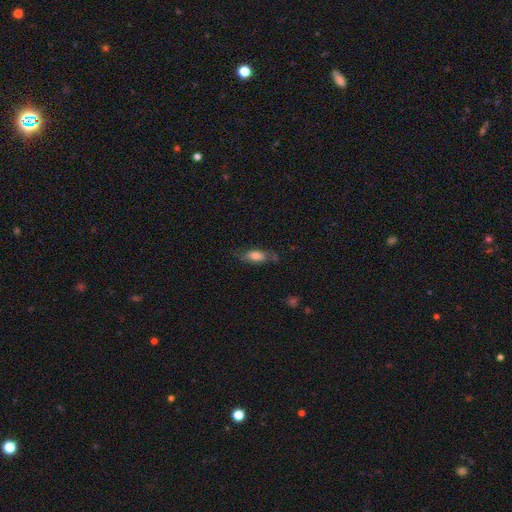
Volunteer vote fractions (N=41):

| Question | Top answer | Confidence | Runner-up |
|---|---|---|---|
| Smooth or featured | smooth | 83% | featured or disk (15%) |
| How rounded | in between | 88% | cigar-shaped (9%) |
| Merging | none | 65% | minor disturbance (22%) |